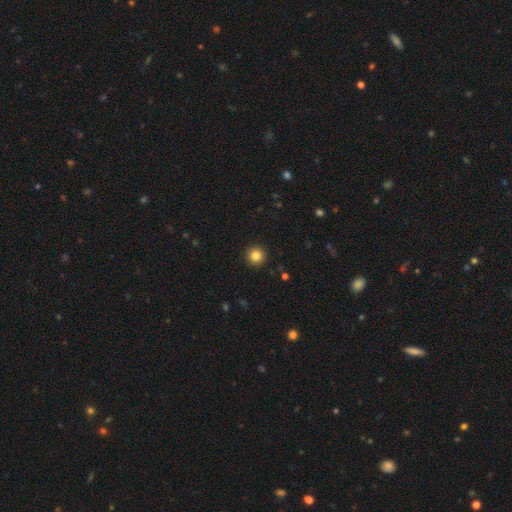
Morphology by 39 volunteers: Overall: smooth (85%). How rounded: round (100%). Merging: none (97%).